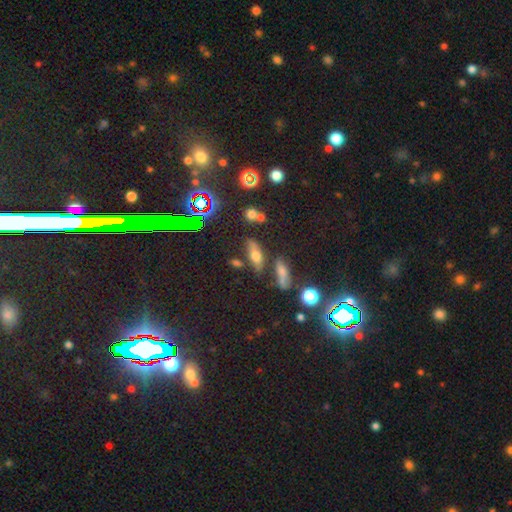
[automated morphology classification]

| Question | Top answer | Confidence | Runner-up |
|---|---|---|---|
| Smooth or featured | smooth | 57% | featured or disk (24%) |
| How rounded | in between | 59% | cigar-shaped (35%) |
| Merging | none | 66% | minor disturbance (15%) |